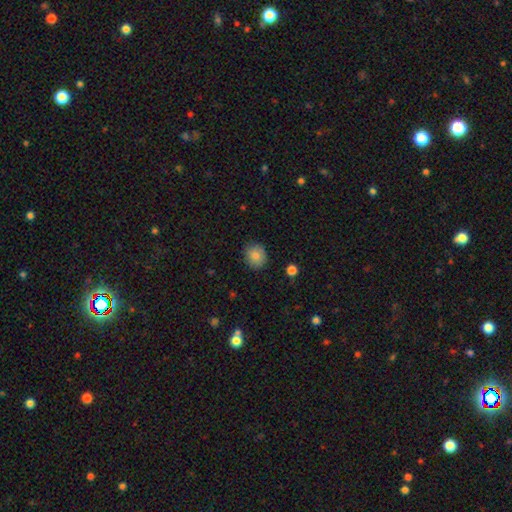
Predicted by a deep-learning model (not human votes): Q: Smooth or featured?
A: smooth (86%); runner-up: star or artifact (8%)
Q: How rounded?
A: round (77%); runner-up: in between (22%)
Q: Merging?
A: none (85%); runner-up: minor disturbance (11%)